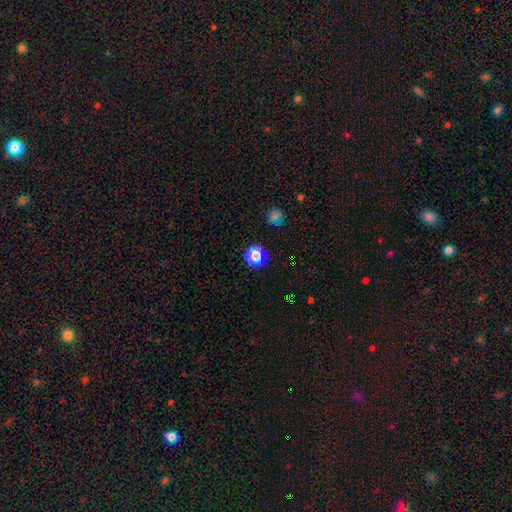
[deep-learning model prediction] This is possibly a smooth galaxy (52%). How rounded: clearly round (89%). Merging: clearly none (84%).